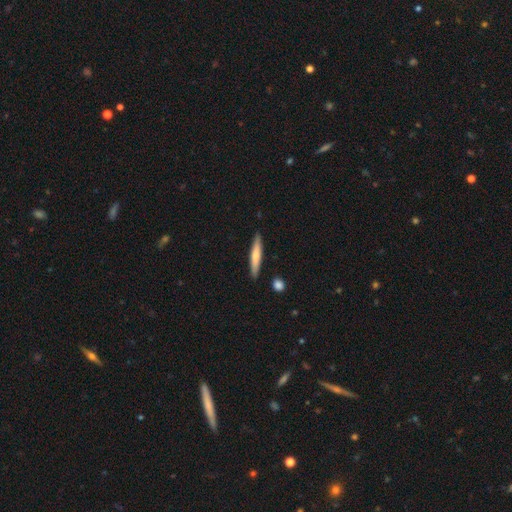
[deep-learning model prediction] This appears to be a smooth galaxy with no disk features (63%) that is cigar-shaped (91%). Merging: none (88%).